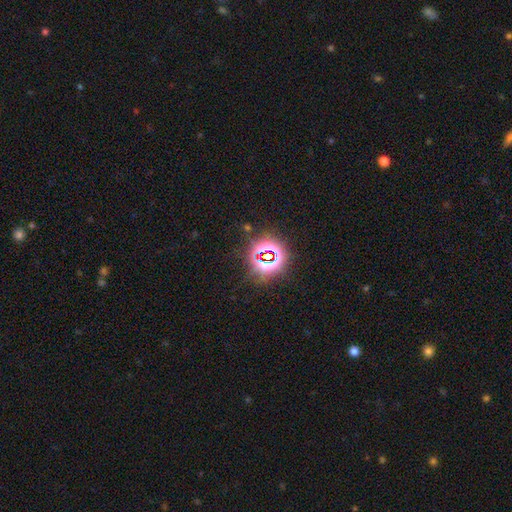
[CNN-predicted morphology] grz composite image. It shows a star or artifact, not a galaxy (80%).